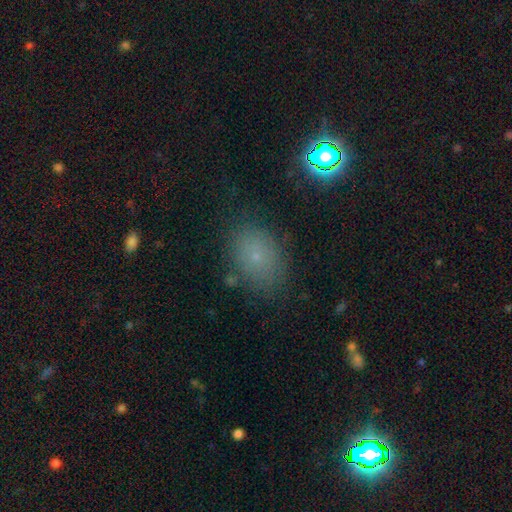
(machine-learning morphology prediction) Smooth or featured? Predicted: smooth (p=0.68). How rounded? Predicted: in between (p=0.68). Merging? Predicted: none (p=0.79).